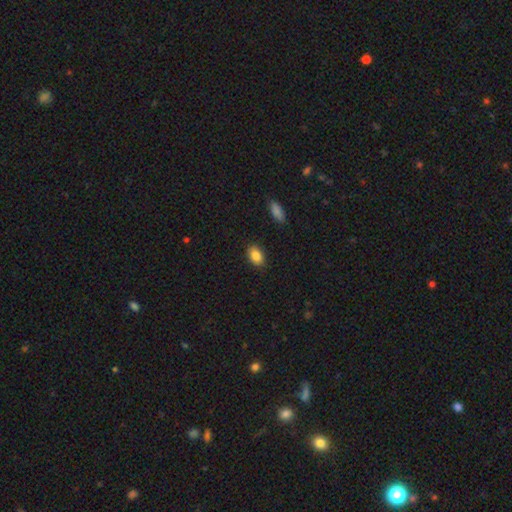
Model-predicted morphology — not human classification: A smooth galaxy with no disk features (87%) that is in between round and cigar-shaped (84%).

Vote fractions:
- Smooth or featured? smooth: 87% / star or artifact: 8% / featured or disk: 5%
- How rounded? in between: 84% / round: 14% / cigar-shaped: 1%
- Merging? none: 87% / minor disturbance: 9% / major disturbance: 2% / merger: 1%